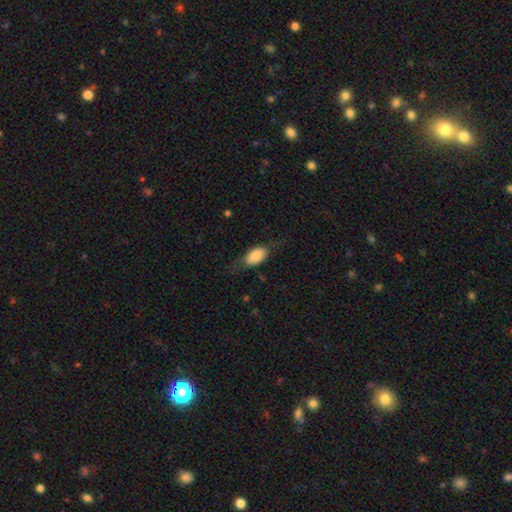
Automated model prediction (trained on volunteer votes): Overall: smooth (77%). How rounded: in between (88%). Merging: none (65%).